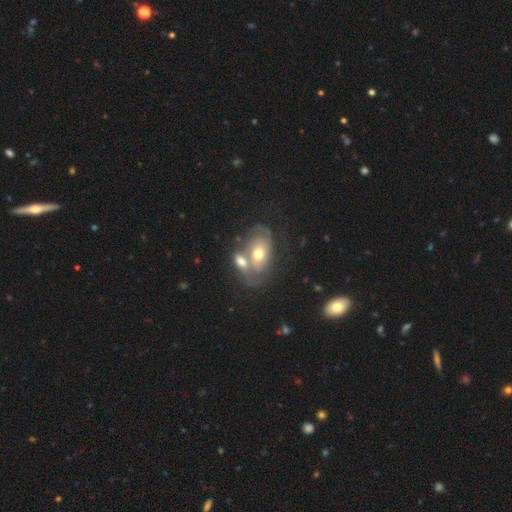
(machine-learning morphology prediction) The model was most divided on "merging": merger: 41%, none: 39%, minor disturbance: 12%, major disturbance: 8%. More confident: edge-on disk — no (94%); bar — no (78%); bulge size — moderate (69%); smooth or featured — featured or disk (60%); spiral arms — yes (59%).